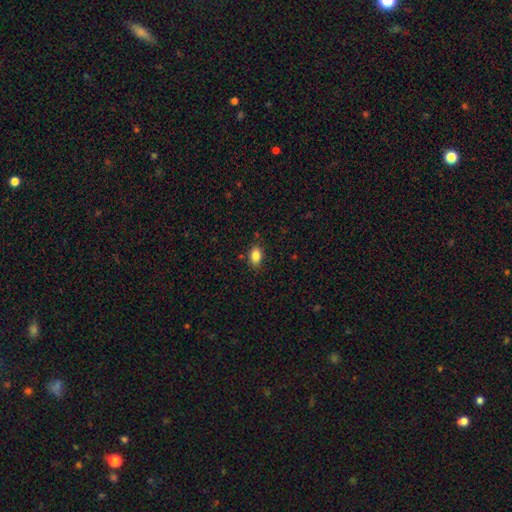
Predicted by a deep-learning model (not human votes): smooth 85%, star or artifact 9%, featured or disk 6%. Down the decision tree: how rounded — in between (85%); merging — none (84%).